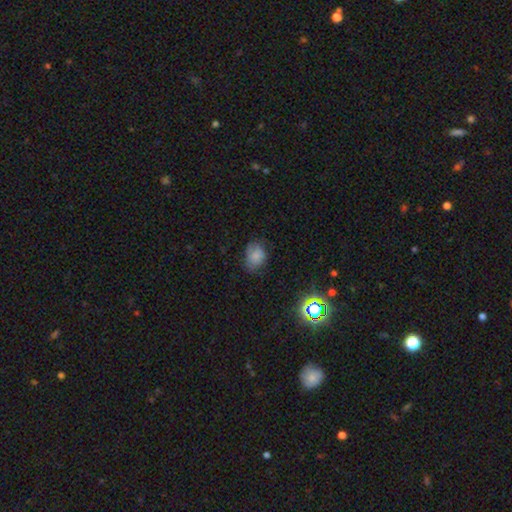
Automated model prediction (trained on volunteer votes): Smooth or featured?
  - smooth: 75% *
  - star or artifact: 13%
  - featured or disk: 12%
How rounded?
  - in between: 62% *
  - round: 37%
  - cigar-shaped: 1%
Merging?
  - none: 62% *
  - minor disturbance: 28%
  - major disturbance: 9%
  - merger: 1%